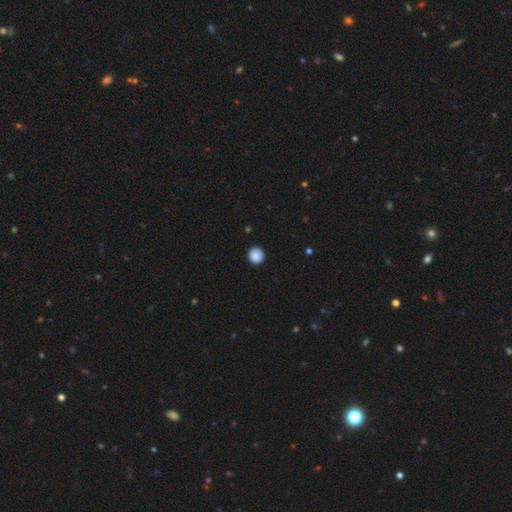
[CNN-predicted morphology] Q: Smooth or featured?
A: smooth (89%); runner-up: star or artifact (9%)
Q: How rounded?
A: round (95%); runner-up: in between (4%)
Q: Merging?
A: none (92%); runner-up: minor disturbance (5%)